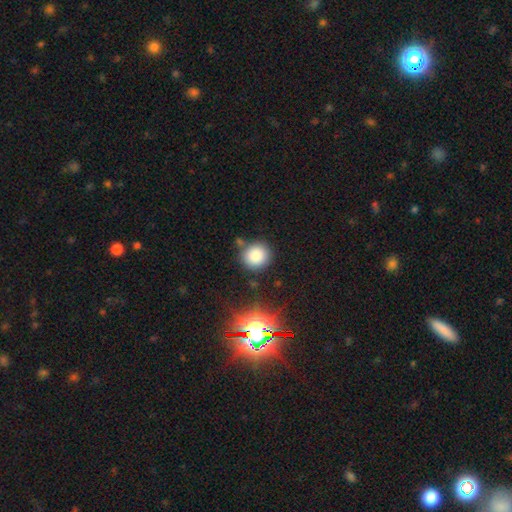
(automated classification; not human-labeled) This is clearly a smooth galaxy (83%). How rounded: clearly round (90%). Merging: likely none (80%).